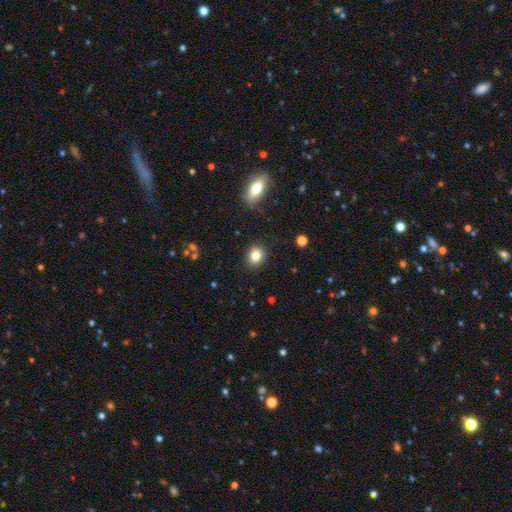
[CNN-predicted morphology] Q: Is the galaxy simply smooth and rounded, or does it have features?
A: smooth — 83%.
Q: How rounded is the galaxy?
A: round — 64%.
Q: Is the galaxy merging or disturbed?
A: none — 88%.